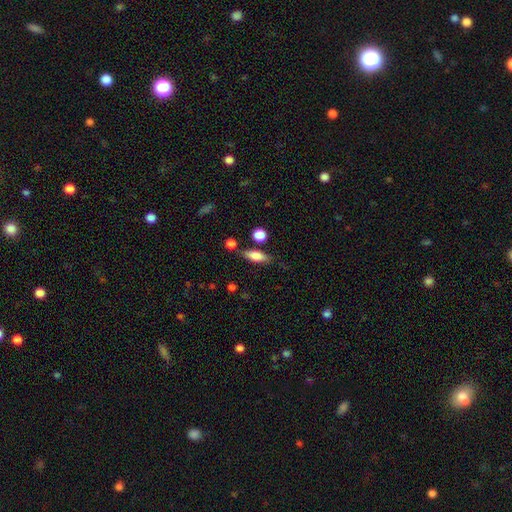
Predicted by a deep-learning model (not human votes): Smooth or featured: smooth — 75% (featured or disk — 18%)
How rounded: in between — 65% (cigar-shaped — 31%)
Merging: none — 74% (minor disturbance — 15%)